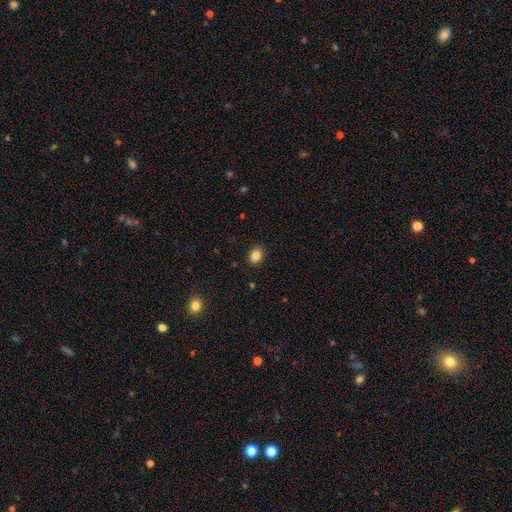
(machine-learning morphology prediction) type=smooth (86%); roundness=in between (59%); merging=none (89%).